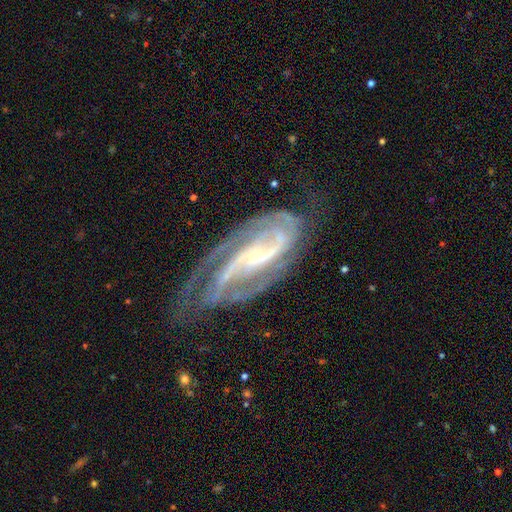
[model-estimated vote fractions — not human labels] Smooth or featured? Predicted: featured or disk (p=0.90). Edge-on disk? Predicted: no (p=0.94). Bar? Predicted: strong (p=0.35). Spiral arms? Predicted: yes (p=0.98). Spiral winding? Predicted: medium (p=0.45). Spiral arm count? Predicted: 2 (p=0.50). Bulge size? Predicted: small (p=0.77). Merging? Predicted: none (p=0.64).